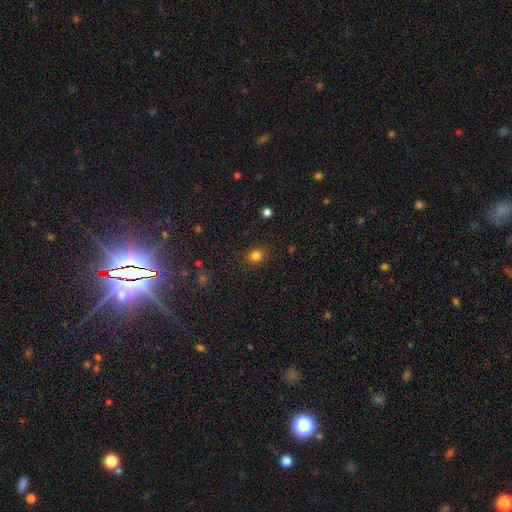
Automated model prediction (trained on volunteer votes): This appears to be a smooth galaxy with no disk features (82%) that is round (65%). Merging: none (87%).